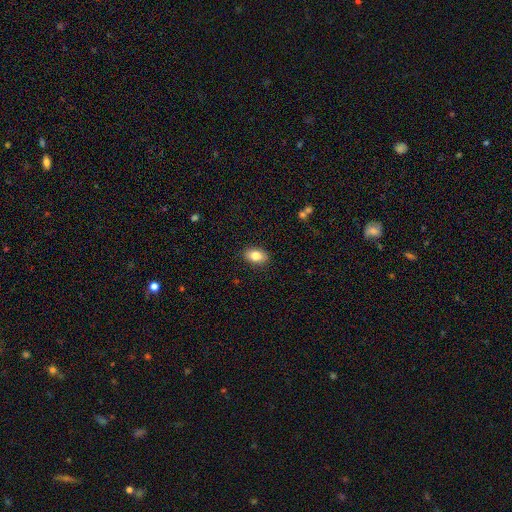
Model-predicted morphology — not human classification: smooth_or_featured: smooth (p=0.83) [alt: featured or disk p=0.10]
how_rounded: in between (p=0.88) [alt: round p=0.10]
merging: none (p=0.89) [alt: minor disturbance p=0.08]